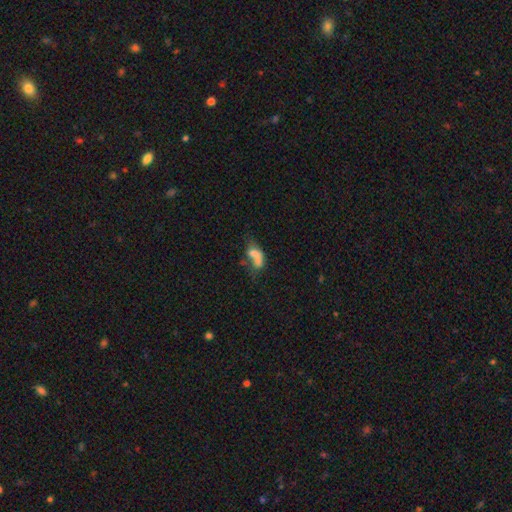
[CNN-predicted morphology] A smooth galaxy with no disk features (59%) that is in between round and cigar-shaped (83%).

Vote fractions:
- Smooth or featured? smooth: 59% / featured or disk: 28% / star or artifact: 13%
- How rounded? in between: 83% / round: 11% / cigar-shaped: 6%
- Merging? merger: 41% / major disturbance: 26% / none: 19% / minor disturbance: 15%